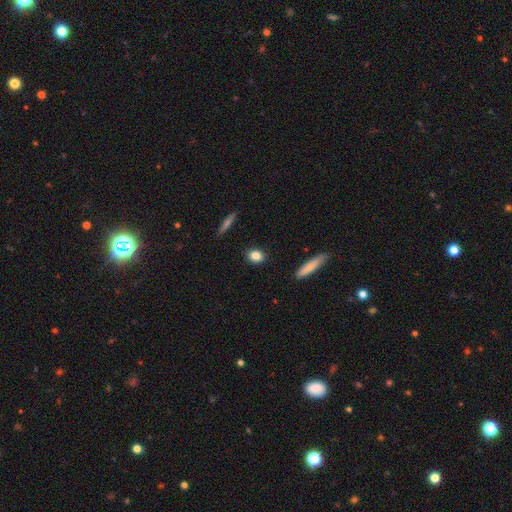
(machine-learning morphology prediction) smooth_or_featured: smooth (p=0.85) [alt: star or artifact p=0.08]
how_rounded: in between (p=0.47) [alt: round p=0.46]
merging: none (p=0.90) [alt: minor disturbance p=0.07]